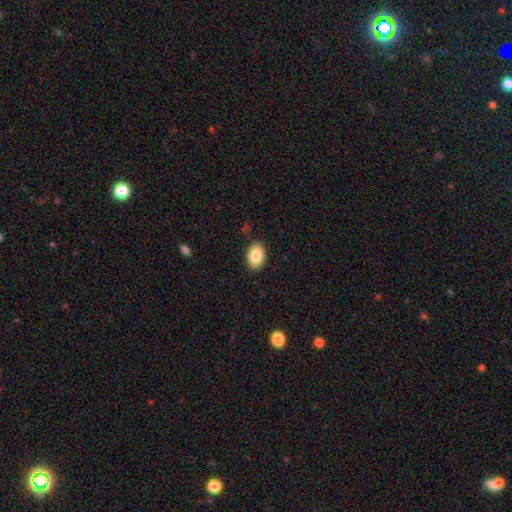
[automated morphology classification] Smooth or featured? smooth (84%)
How rounded? in between (87%)
Merging? none (87%)